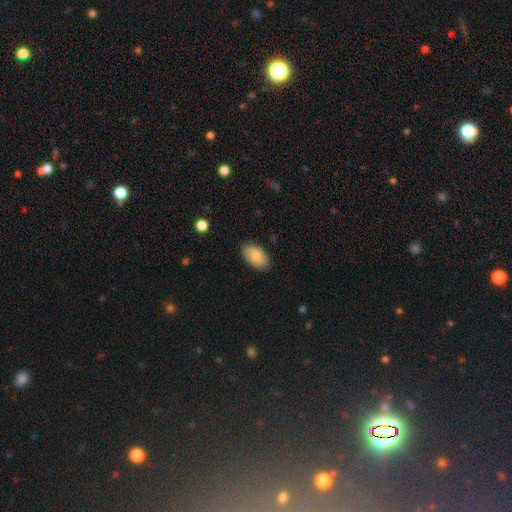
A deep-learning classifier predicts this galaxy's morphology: smooth 84%, featured or disk 9%, star or artifact 6%. Down the decision tree: how rounded — in between (94%); merging — none (84%).